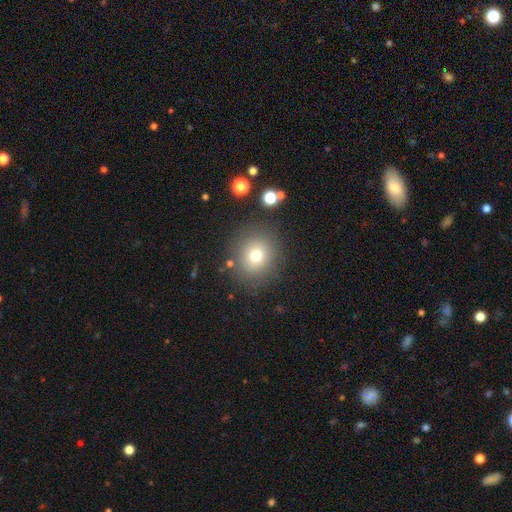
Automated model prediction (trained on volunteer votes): This appears to be a smooth galaxy with no disk features (72%) that is round (83%). Merging: none (85%).